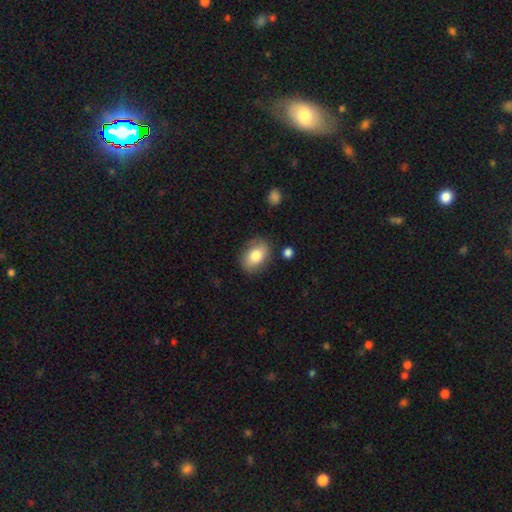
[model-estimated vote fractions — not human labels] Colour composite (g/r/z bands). It shows a smooth galaxy with no disk features (75%) that is in between round and cigar-shaped (80%). Merging: none (80%).